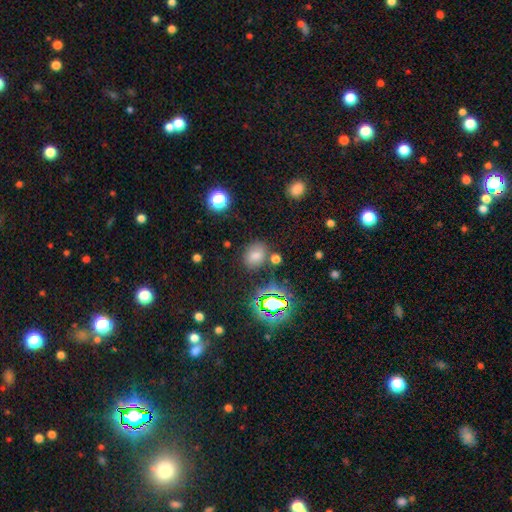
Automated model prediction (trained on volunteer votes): smooth-or-featured: smooth: 62% | star or artifact: 29% | featured or disk: 9%
  how-rounded: in between: 54% | round: 45% | cigar-shaped: 1%
  merging: none: 79% | minor disturbance: 12% | merger: 5% | major disturbance: 4%